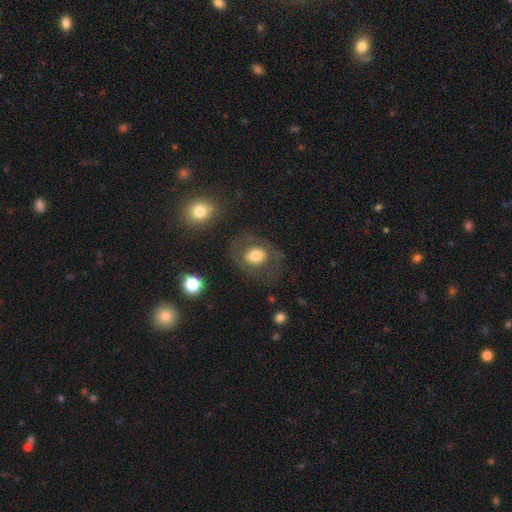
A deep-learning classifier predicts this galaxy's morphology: A smooth galaxy with no disk features (59%) that is round (53%). Merging: none (71%).